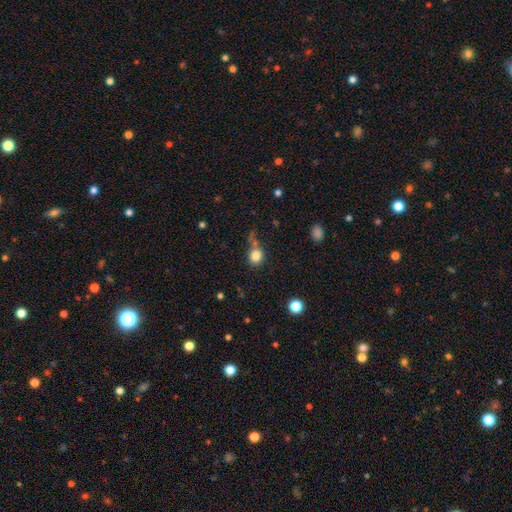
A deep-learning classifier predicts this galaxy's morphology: Smooth or featured? smooth (82%)
How rounded? round (80%)
Merging? none (57%)